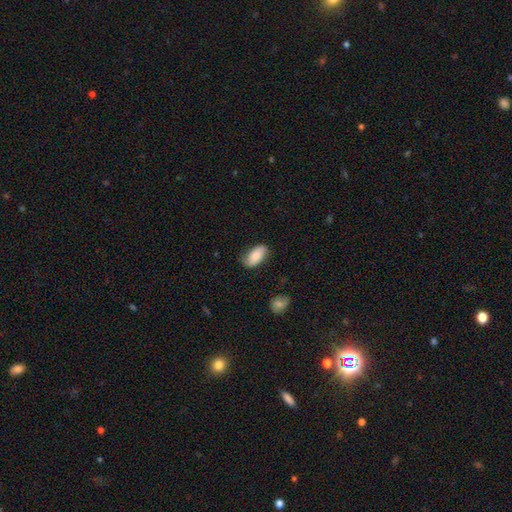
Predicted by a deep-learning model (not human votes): Overall: smooth (78%). How rounded: in between (93%). Merging: none (72%).